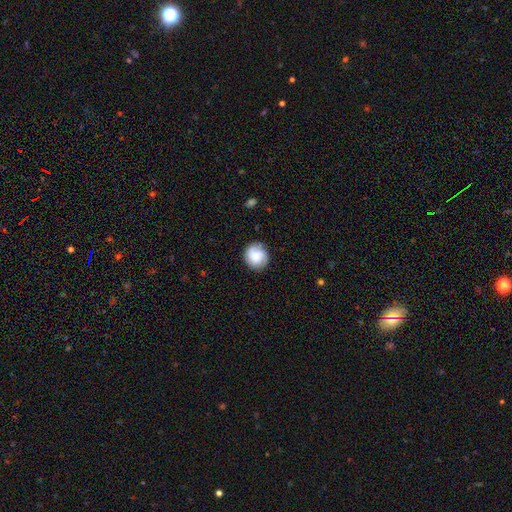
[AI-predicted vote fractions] smooth 62%, featured or disk 30%, star or artifact 8%. Down the decision tree: how rounded — round (87%); merging — none (81%).